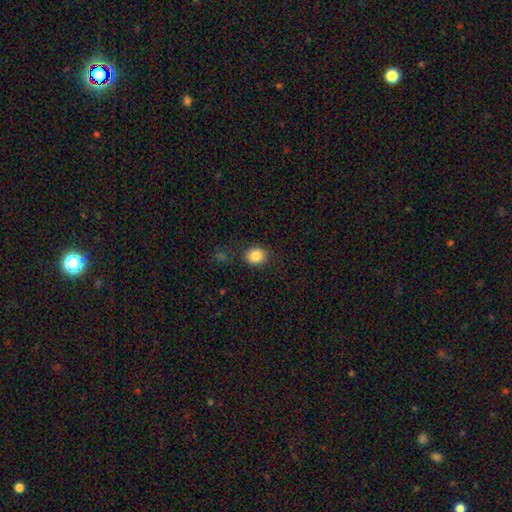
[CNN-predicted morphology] smooth 84%, star or artifact 10%, featured or disk 6%. Down the decision tree: how rounded — round (62%); merging — none (85%).